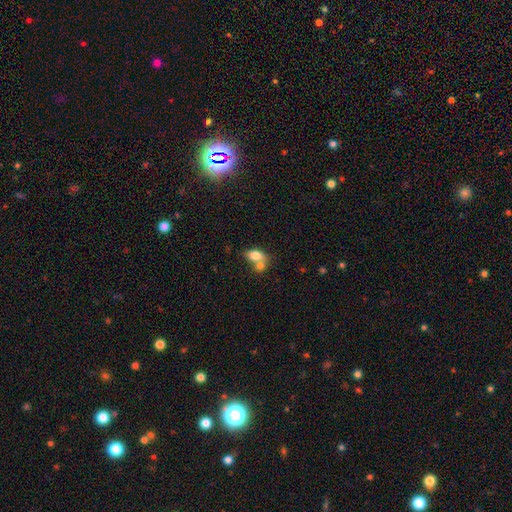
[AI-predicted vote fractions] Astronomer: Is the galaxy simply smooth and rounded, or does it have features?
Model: smooth — 77%.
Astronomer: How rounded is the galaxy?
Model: in between — 85%.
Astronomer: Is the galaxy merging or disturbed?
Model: merger — 55% (runner-up: none, 31%).